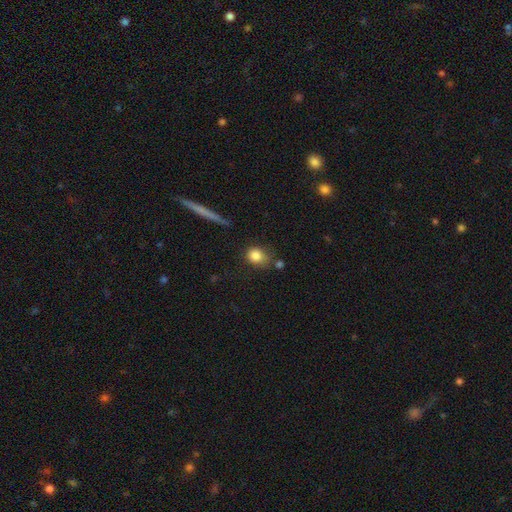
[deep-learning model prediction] Smooth or featured?
  - smooth: 84% *
  - star or artifact: 9%
  - featured or disk: 7%
How rounded?
  - round: 68% *
  - in between: 30%
  - cigar-shaped: 2%
Merging?
  - none: 62% *
  - minor disturbance: 22%
  - merger: 9%
  - major disturbance: 7%